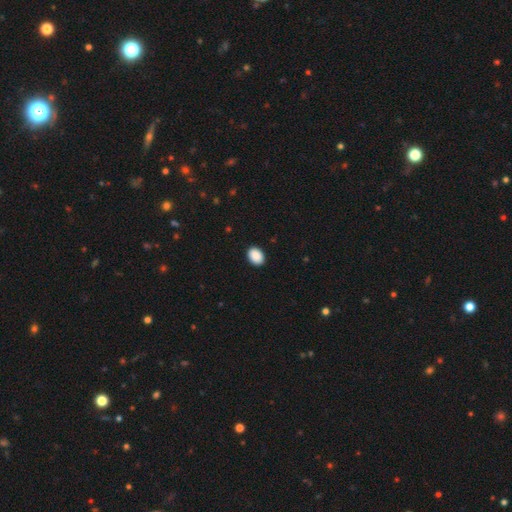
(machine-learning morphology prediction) A smooth galaxy with no disk features (91%) that is in between round and cigar-shaped (74%). Merging: none (90%).